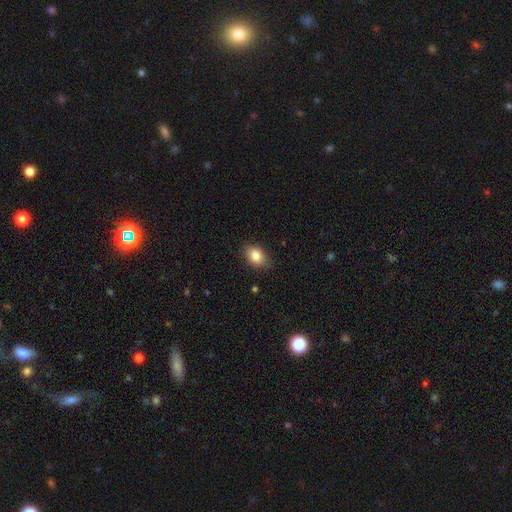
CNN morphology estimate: smooth 85%, star or artifact 8%, featured or disk 7%. Down the decision tree: how rounded — in between (84%); merging — none (84%).